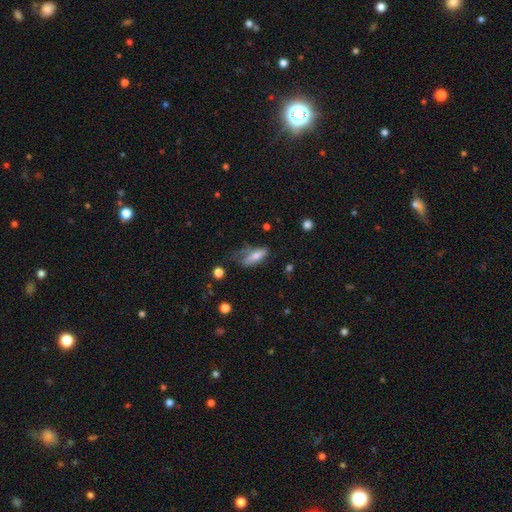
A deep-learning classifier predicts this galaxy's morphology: This is likely a smooth galaxy (69%). How rounded: likely in between (70%). Merging: marginally minor disturbance (34%).